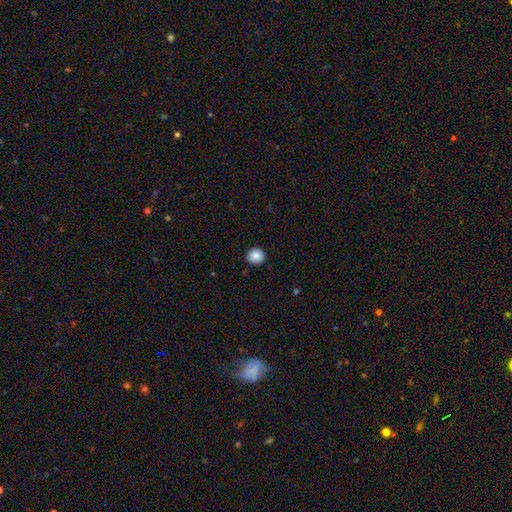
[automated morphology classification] Smooth or featured? smooth (87%)
How rounded? round (89%)
Merging? none (90%)